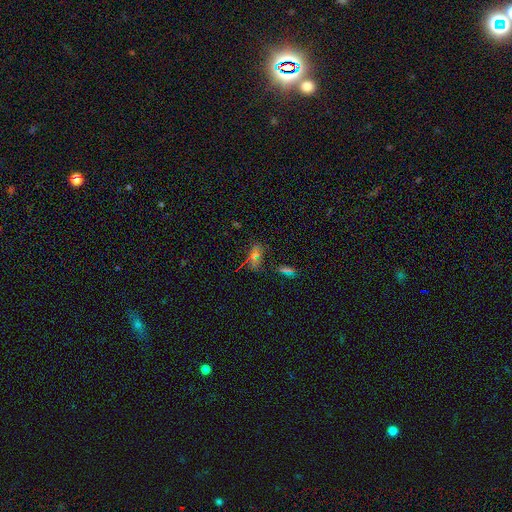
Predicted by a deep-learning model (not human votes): Overall: smooth (55%; star or artifact 33%). How rounded: in between (83%). Merging: none (73%).